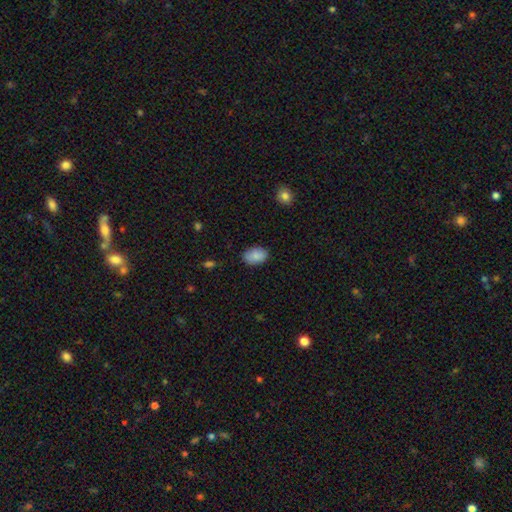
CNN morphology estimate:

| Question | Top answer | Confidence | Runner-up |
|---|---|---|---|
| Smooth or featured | smooth | 88% | star or artifact (7%) |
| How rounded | in between | 89% | round (10%) |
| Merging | none | 85% | minor disturbance (12%) |